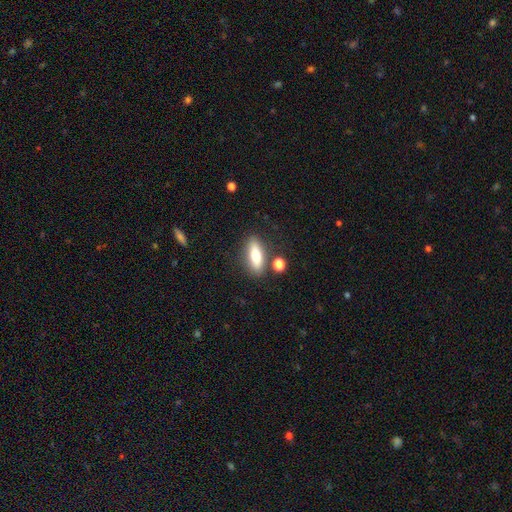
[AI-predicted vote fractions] Q: Smooth or featured?
A: smooth (71%); runner-up: featured or disk (22%)
Q: How rounded?
A: in between (63%); runner-up: cigar-shaped (33%)
Q: Merging?
A: none (78%); runner-up: minor disturbance (11%)